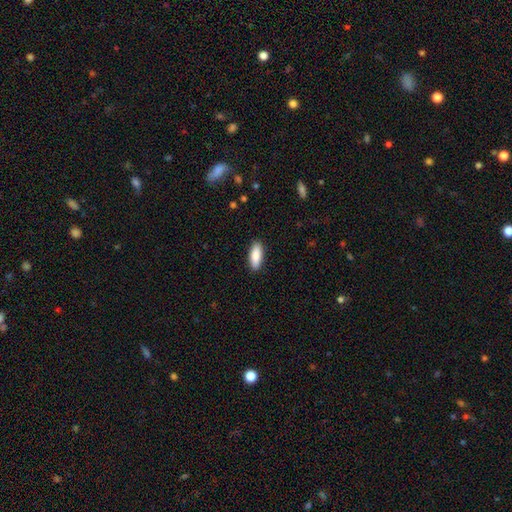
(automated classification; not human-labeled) This is clearly a smooth galaxy (88%). How rounded: likely in between (71%). Merging: clearly none (90%).